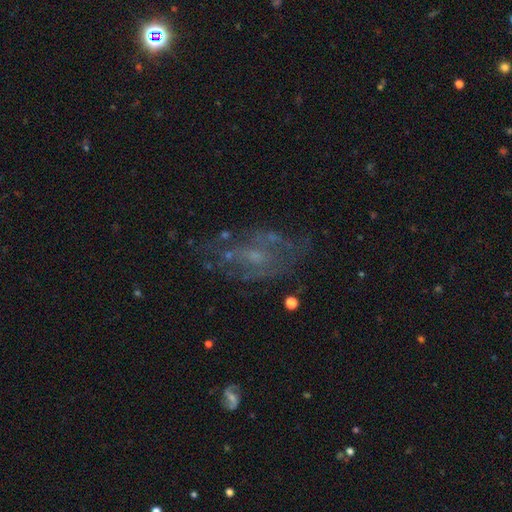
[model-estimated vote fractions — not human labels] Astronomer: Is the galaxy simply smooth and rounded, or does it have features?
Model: featured or disk — 65%.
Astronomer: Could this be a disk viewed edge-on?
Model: no — 94%.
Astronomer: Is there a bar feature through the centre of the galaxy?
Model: no — 68%.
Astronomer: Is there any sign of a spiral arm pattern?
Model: no — 56% (runner-up: yes, 44%).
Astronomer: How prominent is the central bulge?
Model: small — 54%.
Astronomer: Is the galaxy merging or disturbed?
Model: none — 55%.